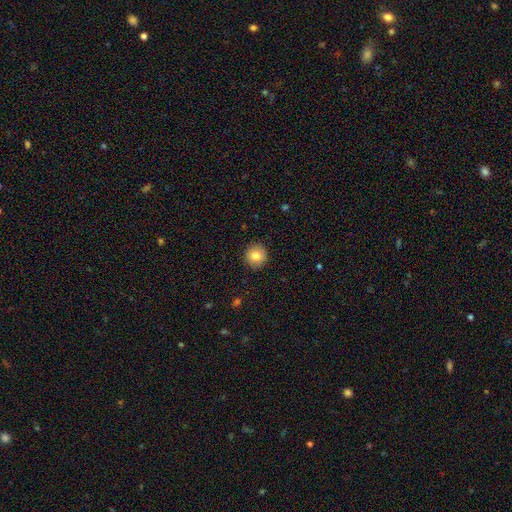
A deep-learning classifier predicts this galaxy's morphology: Smooth or featured? smooth (82%)
How rounded? round (93%)
Merging? none (91%)